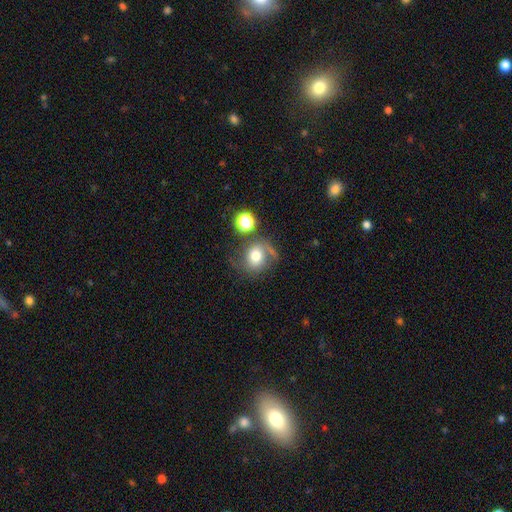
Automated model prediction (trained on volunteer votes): smooth 61%, featured or disk 26%, star or artifact 13%. Down the decision tree: how rounded — round (72%); merging — none (51%).